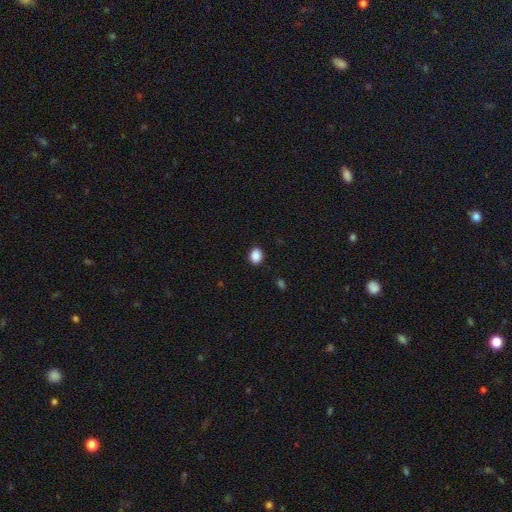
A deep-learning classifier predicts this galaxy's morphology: A smooth galaxy with no disk features (89%) that is round (54%).

Vote fractions:
- Smooth or featured? smooth: 89% / star or artifact: 9% / featured or disk: 2%
- How rounded? round: 54% / in between: 45% / cigar-shaped: 1%
- Merging? none: 90% / minor disturbance: 7% / major disturbance: 2% / merger: 1%